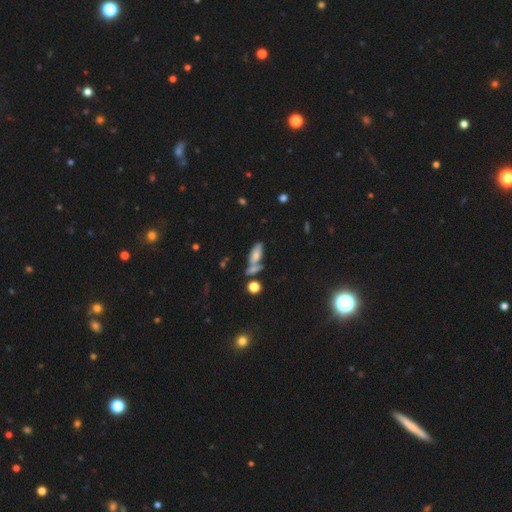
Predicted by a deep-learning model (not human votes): smooth_or_featured: smooth (p=0.64) [alt: featured or disk p=0.24]
how_rounded: in between (p=0.69) [alt: cigar-shaped p=0.25]
merging: none (p=0.50) [alt: merger p=0.27]